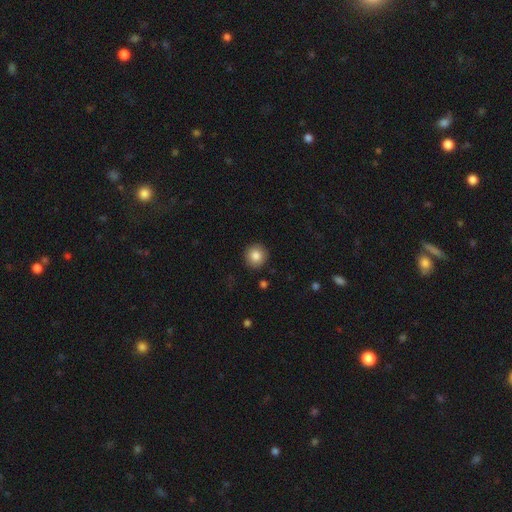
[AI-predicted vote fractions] The model was most divided on "smooth or featured": smooth: 85%, star or artifact: 9%, featured or disk: 6%. More confident: how rounded — round (93%); merging — none (91%).